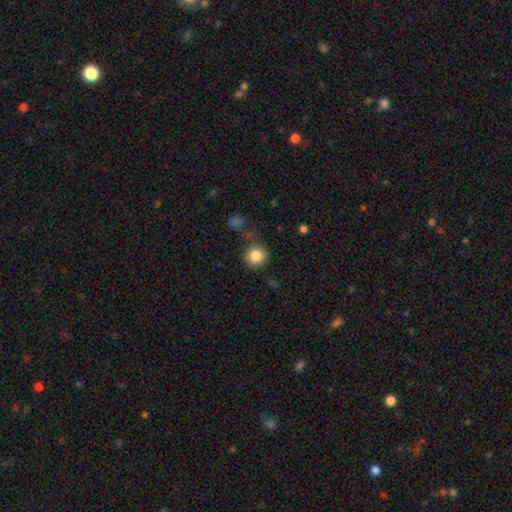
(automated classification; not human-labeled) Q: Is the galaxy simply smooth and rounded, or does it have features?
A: smooth — 84%.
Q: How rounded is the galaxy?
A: round — 92%.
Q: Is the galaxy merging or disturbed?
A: none — 76%.